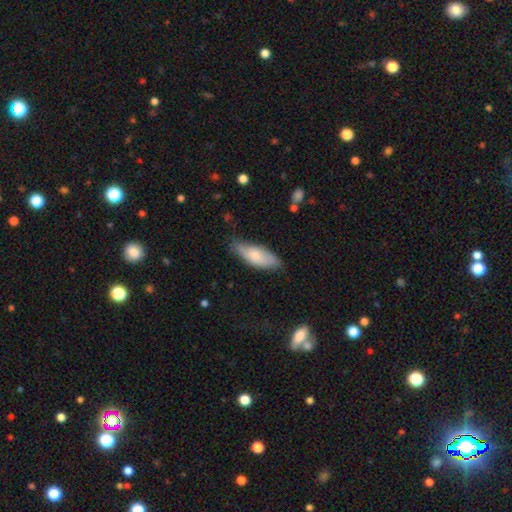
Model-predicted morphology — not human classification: The model was most divided on "merging": none: 69%, minor disturbance: 25%, major disturbance: 4%, merger: 1%. More confident: how rounded — in between (75%); smooth or featured — smooth (69%).